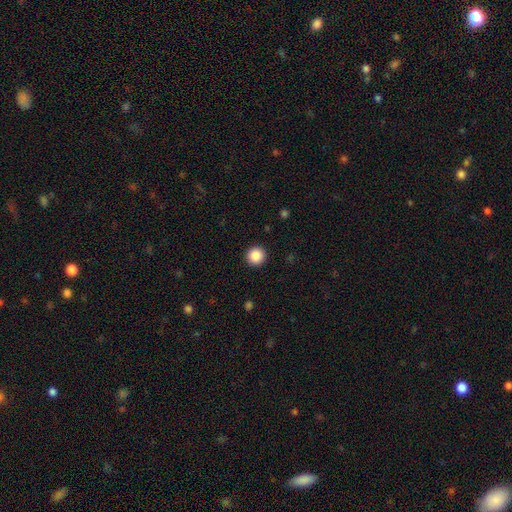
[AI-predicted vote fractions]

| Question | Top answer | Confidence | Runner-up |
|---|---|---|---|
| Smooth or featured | smooth | 88% | star or artifact (9%) |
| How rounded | round | 96% | in between (3%) |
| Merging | none | 93% | minor disturbance (4%) |